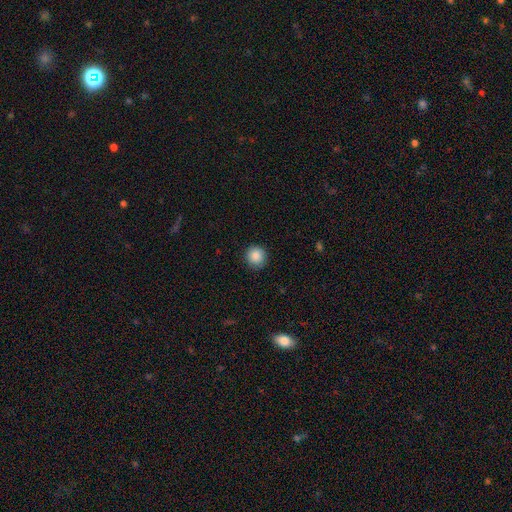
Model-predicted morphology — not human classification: Smooth or featured: smooth — 88% (star or artifact — 9%)
How rounded: round — 94% (in between — 5%)
Merging: none — 89% (minor disturbance — 8%)